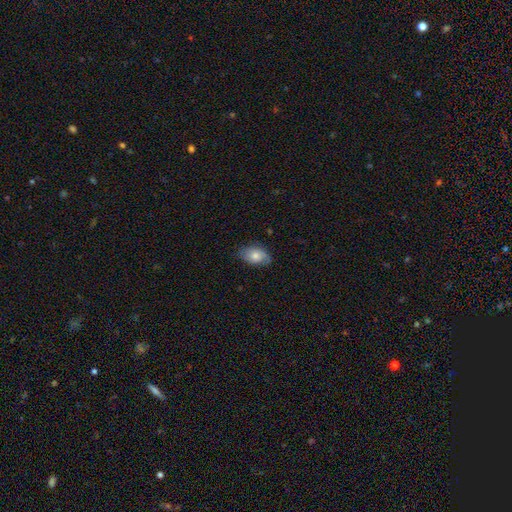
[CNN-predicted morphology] A smooth galaxy with no disk features (66%) that is in between round and cigar-shaped (90%).

Vote fractions:
- Smooth or featured? smooth: 66% / featured or disk: 27% / star or artifact: 7%
- How rounded? in between: 90% / round: 9% / cigar-shaped: 1%
- Merging? none: 73% / minor disturbance: 21% / major disturbance: 4% / merger: 1%